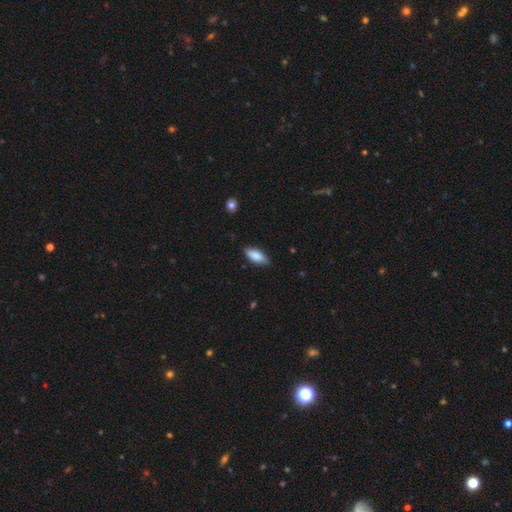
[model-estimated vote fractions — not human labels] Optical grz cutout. It shows a smooth galaxy with no disk features (84%) that is in between round and cigar-shaped (81%). Merging: none (81%).